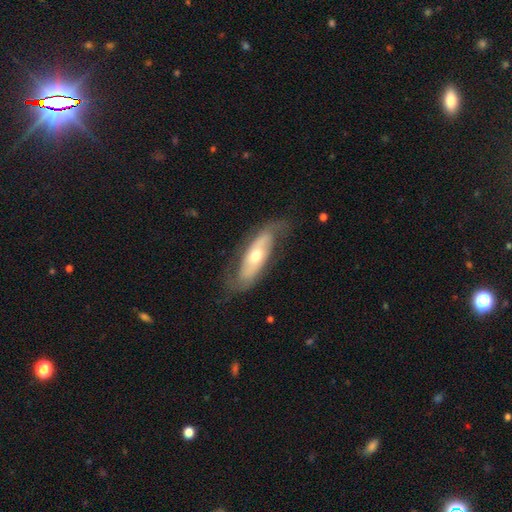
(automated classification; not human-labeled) Smooth or featured?
  - featured or disk: 69% *
  - smooth: 26%
  - star or artifact: 6%
Edge-on disk?
  - no: 82% *
  - yes: 18%
Bar?
  - no: 63% *
  - weak: 21%
  - strong: 16%
Spiral arms?
  - yes: 78% *
  - no: 22%
Bulge size?
  - moderate: 63% *
  - small: 28%
  - large: 6%
  - dominant: 1%
  - none: 1%
Merging?
  - none: 69% *
  - minor disturbance: 19%
  - major disturbance: 10%
  - merger: 1%